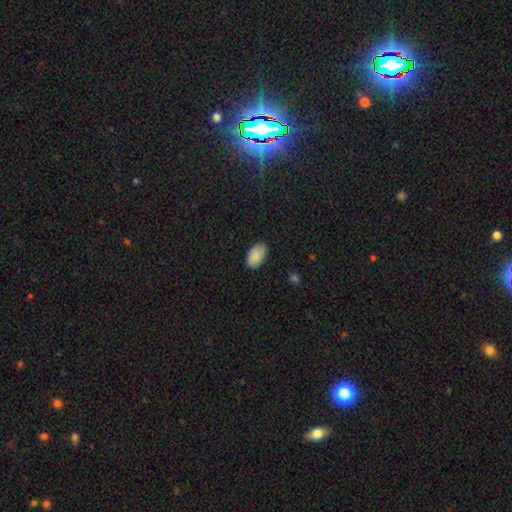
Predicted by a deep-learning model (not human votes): A smooth galaxy with no disk features (89%) that is in between round and cigar-shaped (91%).

Vote fractions:
- Smooth or featured? smooth: 89% / star or artifact: 7% / featured or disk: 4%
- How rounded? in between: 91% / round: 8% / cigar-shaped: 1%
- Merging? none: 84% / minor disturbance: 12% / major disturbance: 2% / merger: 1%